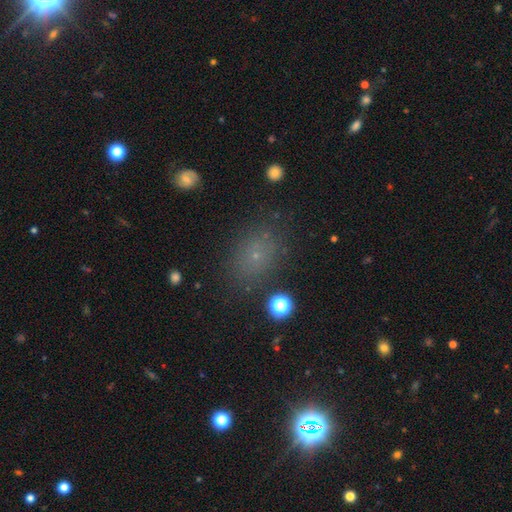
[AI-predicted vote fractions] Q: Smooth or featured?
A: smooth (61%); runner-up: star or artifact (27%)
Q: How rounded?
A: in between (59%); runner-up: round (40%)
Q: Merging?
A: none (79%); runner-up: minor disturbance (13%)